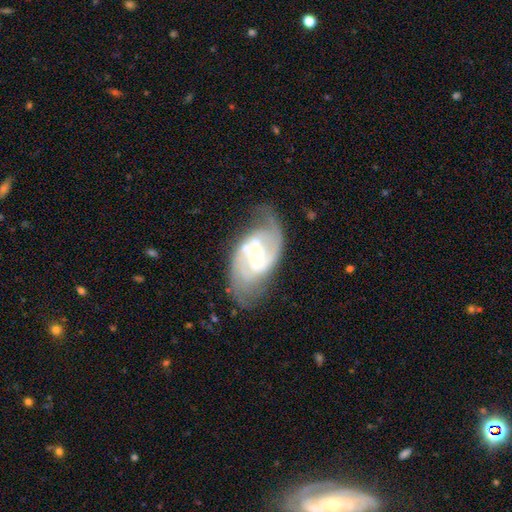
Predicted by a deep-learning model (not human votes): Smooth or featured: featured or disk — 87% (smooth — 7%)
Edge-on disk: no — 96% (yes — 4%)
Bar: weak — 46% (no — 36%)
Spiral arms: yes — 96% (no — 4%)
Spiral winding: medium — 48% (tight — 34%)
Spiral arm count: 2 — 77% (can't tell — 10%)
Bulge size: moderate — 57% (small — 38%)
Merging: none — 65% (minor disturbance — 19%)